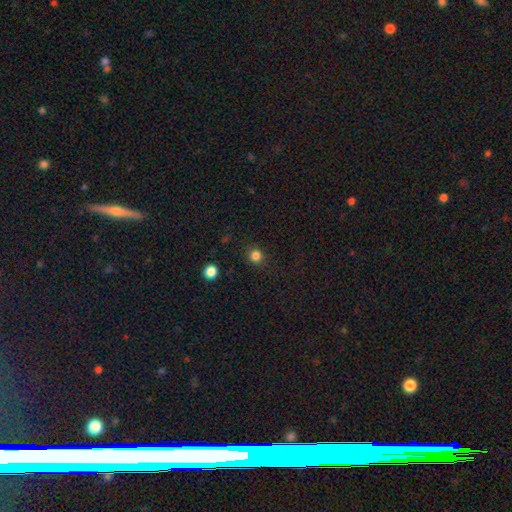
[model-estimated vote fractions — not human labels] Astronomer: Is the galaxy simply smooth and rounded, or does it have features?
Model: smooth — 82%.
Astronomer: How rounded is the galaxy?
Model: round — 90%.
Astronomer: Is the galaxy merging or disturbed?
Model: none — 88%.